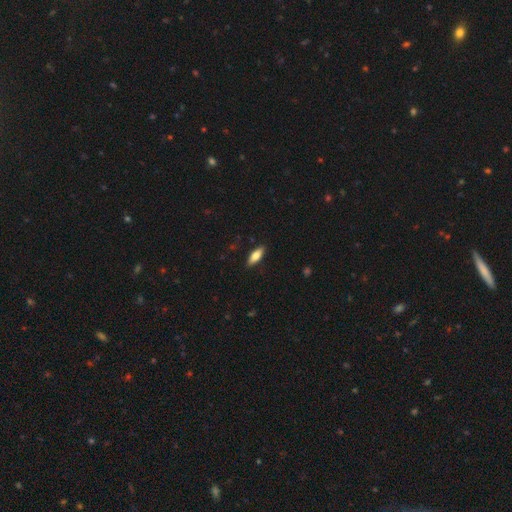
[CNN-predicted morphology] Q: Smooth or featured?
A: smooth (74%); runner-up: featured or disk (20%)
Q: How rounded?
A: in between (69%); runner-up: cigar-shaped (29%)
Q: Merging?
A: none (88%); runner-up: minor disturbance (9%)